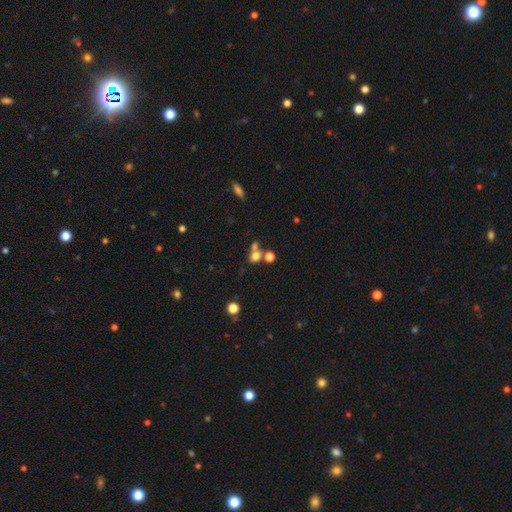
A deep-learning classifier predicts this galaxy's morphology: A smooth galaxy with no disk features (72%) that is round (60%). Merging: none (45%).